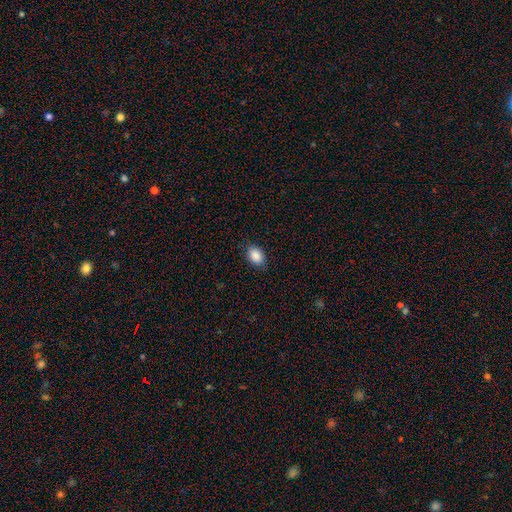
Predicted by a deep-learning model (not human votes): Overall: smooth (89%). How rounded: in between (82%). Merging: none (84%).